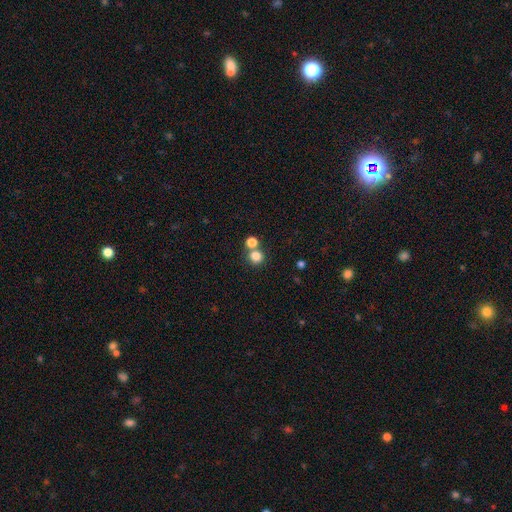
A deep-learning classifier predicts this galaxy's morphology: Q: Smooth or featured?
A: smooth (81%); runner-up: star or artifact (13%)
Q: How rounded?
A: round (88%); runner-up: in between (11%)
Q: Merging?
A: none (59%); runner-up: merger (32%)